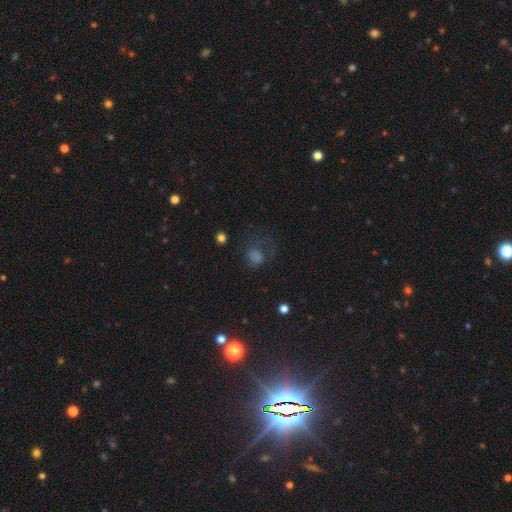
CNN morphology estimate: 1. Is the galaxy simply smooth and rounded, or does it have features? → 49% smooth, 29% star or artifact, 22% featured or disk.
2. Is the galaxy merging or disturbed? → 44% none, 35% major disturbance, 19% minor disturbance, 3% merger.